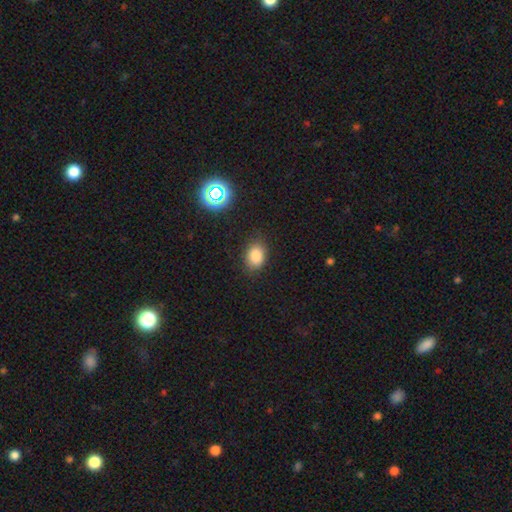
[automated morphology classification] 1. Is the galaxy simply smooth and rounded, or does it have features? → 82% smooth, 12% star or artifact, 6% featured or disk.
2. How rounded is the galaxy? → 72% in between, 27% round, 1% cigar-shaped.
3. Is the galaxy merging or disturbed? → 81% none, 14% minor disturbance, 3% major disturbance, 2% merger.